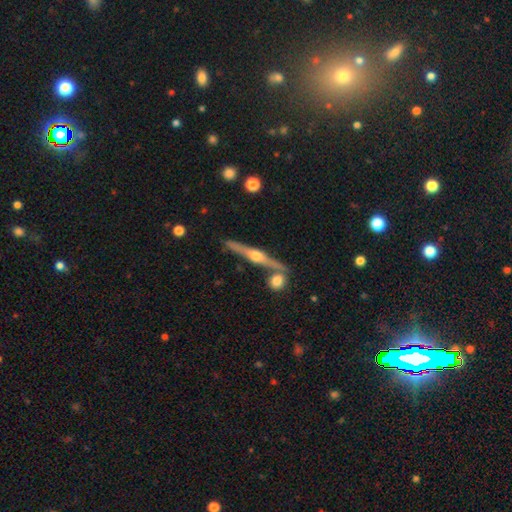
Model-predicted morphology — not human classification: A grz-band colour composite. It shows a featured or disk galaxy (78%) viewed edge-on (97%) with a rounded central bulge (94%). Merging: none (80%).